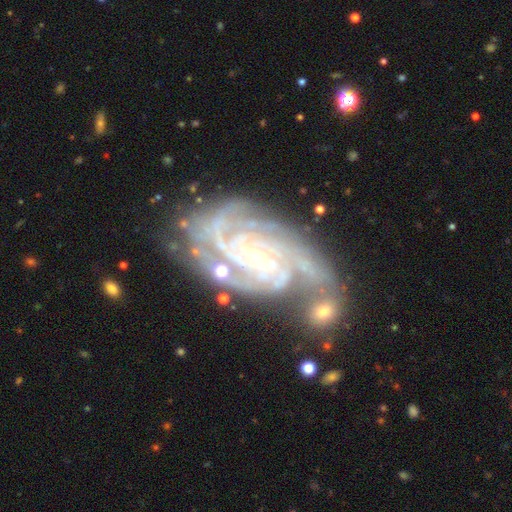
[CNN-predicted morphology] This is clearly a featured or disk galaxy (90%). It is clearly not viewed edge-on (97%). Bar: possibly no (59%). Spiral arm pattern: clearly yes (98%). Spiral arm count: marginally 4 (30%). Spiral winding: likely tight (71%). Central bulge: clearly small (85%). Merging: possibly none (56%).